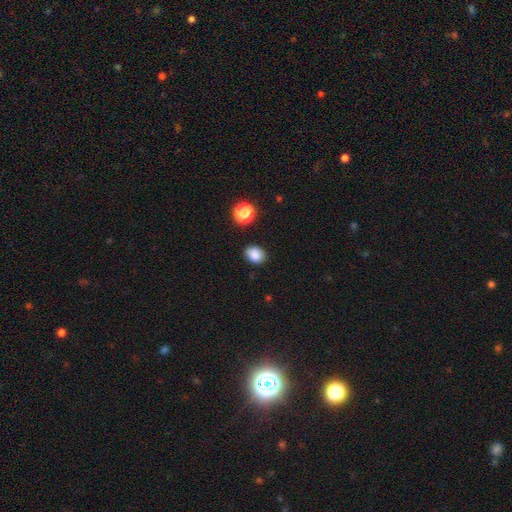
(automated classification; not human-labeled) Smooth or featured? smooth (85%)
How rounded? in between (56%)
Merging? none (82%)